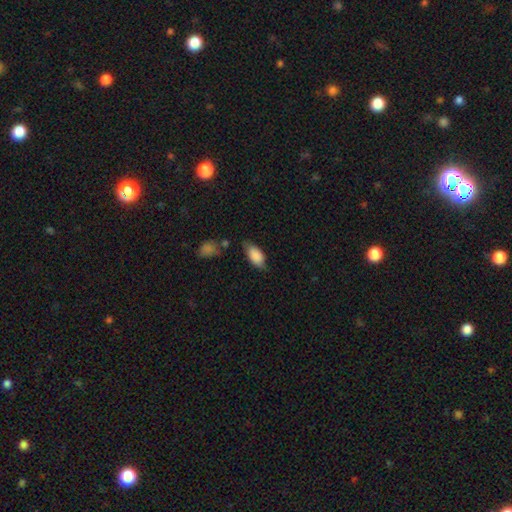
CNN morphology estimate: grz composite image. It shows a smooth galaxy with no disk features (85%) that is in between round and cigar-shaped (91%). Merging: none (63%).